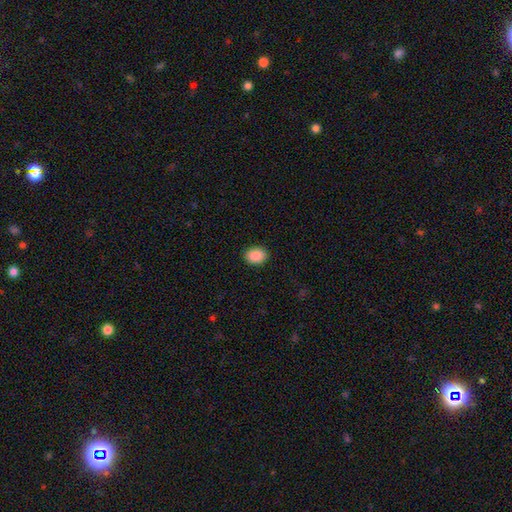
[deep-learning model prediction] Smooth or featured: smooth — 90% (star or artifact — 8%)
How rounded: in between — 68% (round — 31%)
Merging: none — 90% (minor disturbance — 7%)